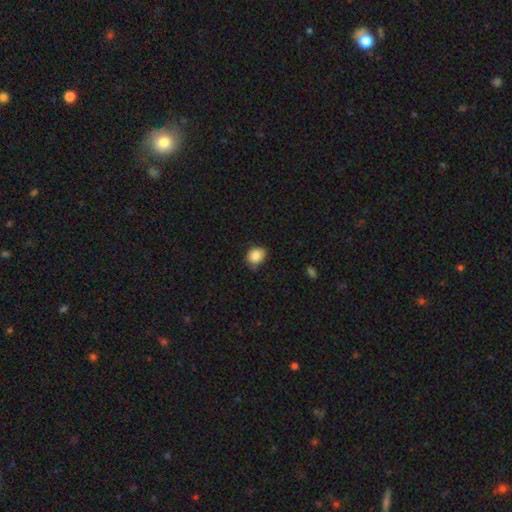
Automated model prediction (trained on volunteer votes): This appears to be a smooth galaxy with no disk features (87%) that is round (56%). Merging: none (68%).